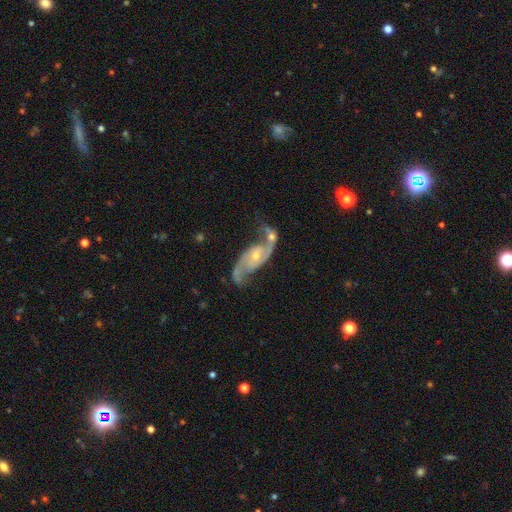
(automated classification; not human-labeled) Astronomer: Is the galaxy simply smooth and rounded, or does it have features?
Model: featured or disk — 89%.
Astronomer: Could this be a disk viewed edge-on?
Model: no — 96%.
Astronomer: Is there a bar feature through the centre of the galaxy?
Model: no — 56% (runner-up: weak, 33%).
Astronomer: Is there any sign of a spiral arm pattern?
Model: yes — 96%.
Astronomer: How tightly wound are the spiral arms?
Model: loose — 48% (runner-up: medium, 40%).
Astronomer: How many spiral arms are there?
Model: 2 — 92%.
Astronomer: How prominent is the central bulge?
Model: small — 56% (runner-up: moderate, 39%).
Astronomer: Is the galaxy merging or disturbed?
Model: none — 46% (runner-up: merger, 26%).